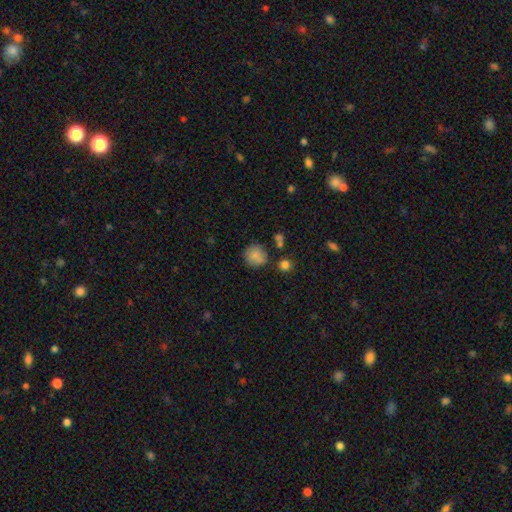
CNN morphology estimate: Q: Smooth or featured?
A: smooth (83%); runner-up: star or artifact (10%)
Q: How rounded?
A: round (90%); runner-up: in between (9%)
Q: Merging?
A: none (76%); runner-up: minor disturbance (14%)